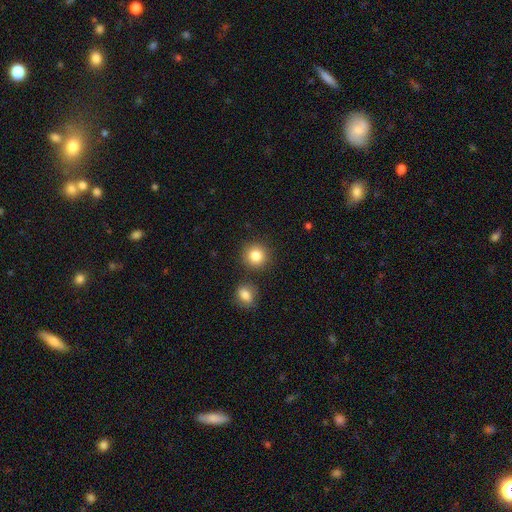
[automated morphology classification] Overall: smooth (84%). How rounded: round (91%). Merging: none (83%).